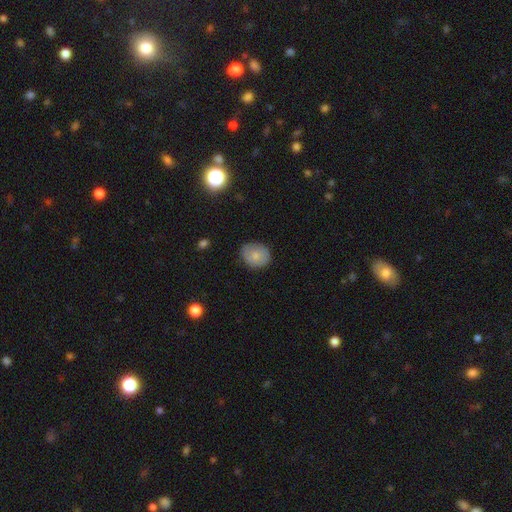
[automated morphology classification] smooth_or_featured: smooth (p=0.77) [alt: featured or disk p=0.15]
how_rounded: round (p=0.61) [alt: in between p=0.38]
merging: none (p=0.79) [alt: minor disturbance p=0.17]